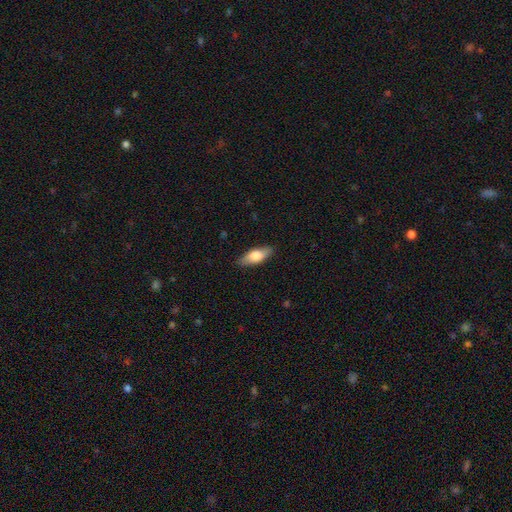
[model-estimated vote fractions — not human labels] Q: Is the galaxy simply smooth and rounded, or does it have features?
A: smooth — 67%.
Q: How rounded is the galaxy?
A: in between — 73%.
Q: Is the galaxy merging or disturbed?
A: none — 86%.